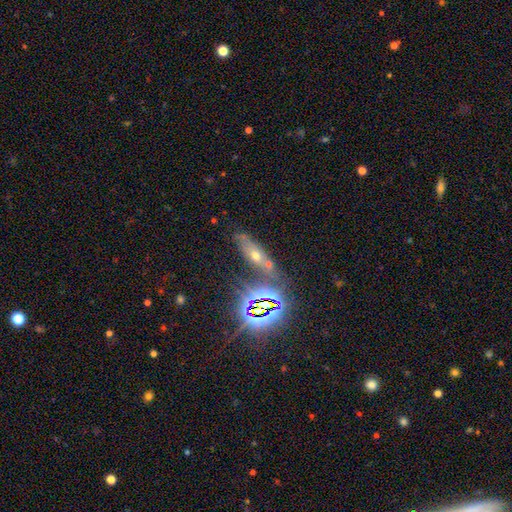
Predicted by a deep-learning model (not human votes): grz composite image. It shows a star or artifact, not a galaxy (39%).